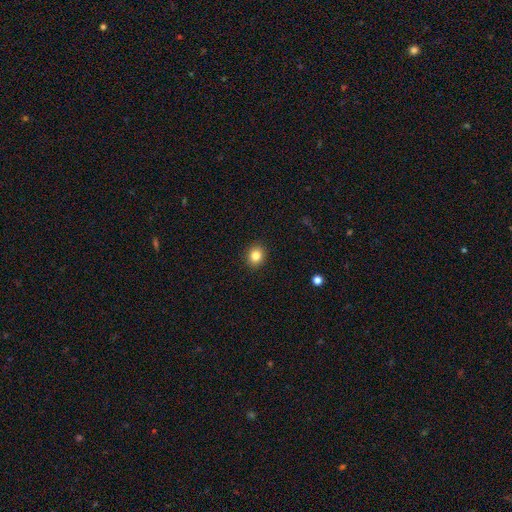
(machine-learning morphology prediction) Smooth or featured? smooth (84%)
How rounded? round (71%)
Merging? none (91%)